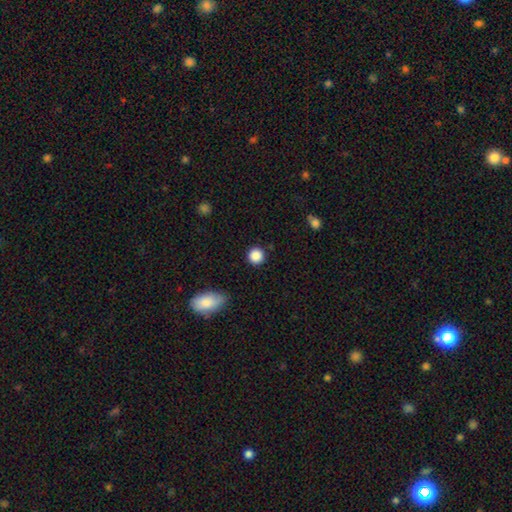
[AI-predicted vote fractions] smooth 87%, star or artifact 10%, featured or disk 3%. Down the decision tree: how rounded — round (93%); merging — none (88%).